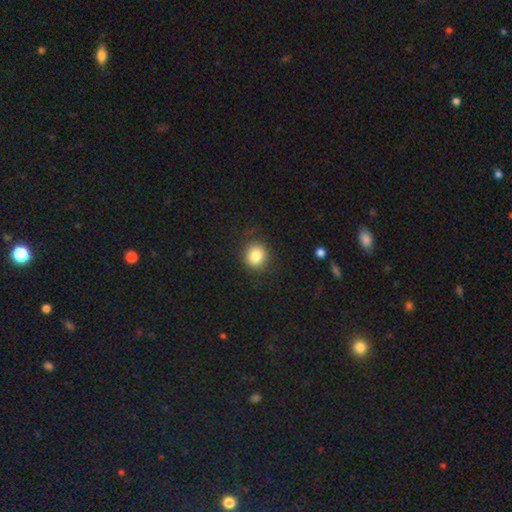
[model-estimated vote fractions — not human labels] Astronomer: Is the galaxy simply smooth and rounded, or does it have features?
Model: smooth — 83%.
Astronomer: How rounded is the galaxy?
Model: round — 81%.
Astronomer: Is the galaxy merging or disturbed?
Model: none — 85%.